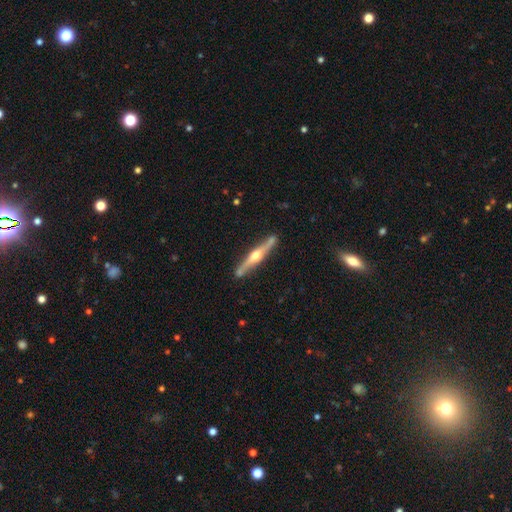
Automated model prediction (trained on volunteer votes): A featured or disk galaxy (77%) viewed edge-on (97%) with a rounded central bulge (94%).

Vote fractions:
- Smooth or featured? featured or disk: 77% / smooth: 19% / star or artifact: 4%
- Edge-on disk? yes: 97% / no: 3%
- Edge-on bulge? rounded: 94% / boxy: 3% / none: 3%
- Merging? none: 85% / minor disturbance: 10% / merger: 3% / major disturbance: 2%